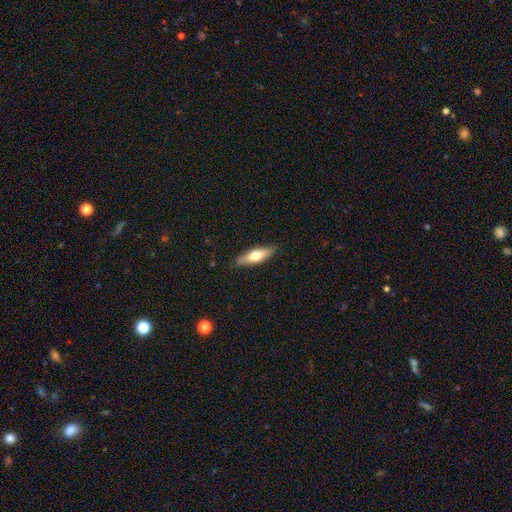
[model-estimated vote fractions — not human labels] This appears to be a smooth galaxy with no disk features (57%) that is cigar-shaped (50%). Merging: none (84%).